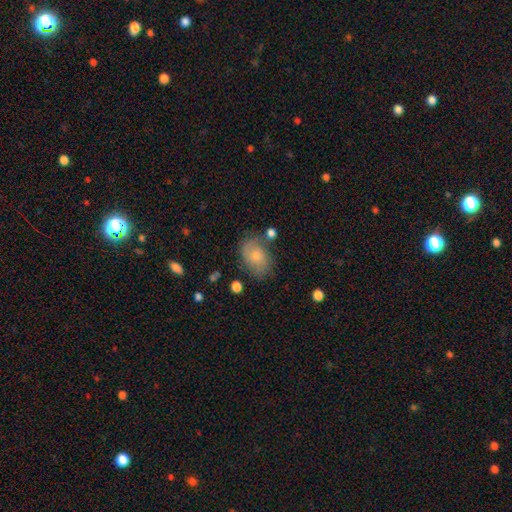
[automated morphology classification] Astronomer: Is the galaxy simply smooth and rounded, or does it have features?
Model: smooth — 65%.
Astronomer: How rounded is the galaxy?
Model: in between — 77%.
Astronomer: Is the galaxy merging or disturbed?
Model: none — 66%.